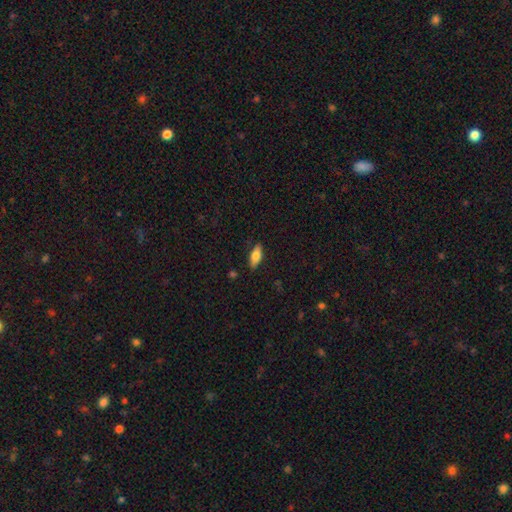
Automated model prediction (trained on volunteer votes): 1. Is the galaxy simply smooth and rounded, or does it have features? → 73% smooth, 21% featured or disk, 6% star or artifact.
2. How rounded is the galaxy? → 75% in between, 23% cigar-shaped, 2% round.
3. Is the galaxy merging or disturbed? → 86% none, 10% minor disturbance, 2% major disturbance, 1% merger.